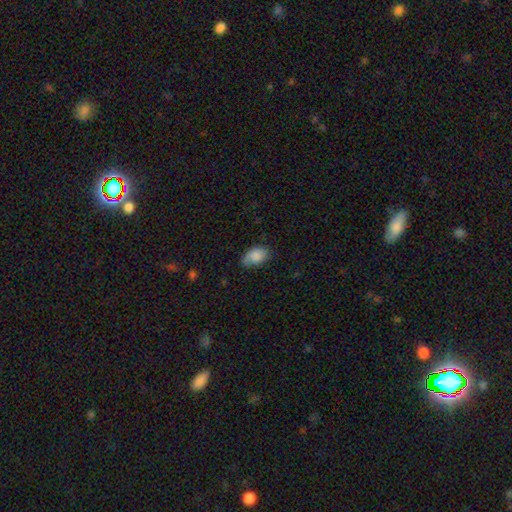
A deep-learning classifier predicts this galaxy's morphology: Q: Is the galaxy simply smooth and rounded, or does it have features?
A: smooth — 82%.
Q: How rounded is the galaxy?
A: in between — 89%.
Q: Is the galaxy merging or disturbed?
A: none — 61%.